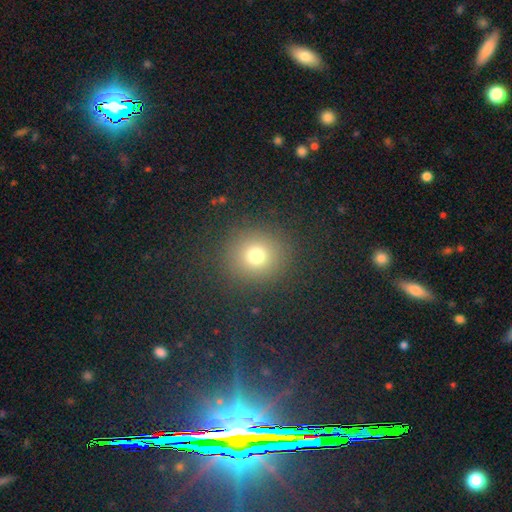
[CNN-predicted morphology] Smooth or featured: smooth — 73% (star or artifact — 18%)
How rounded: round — 92% (in between — 7%)
Merging: none — 88% (minor disturbance — 7%)